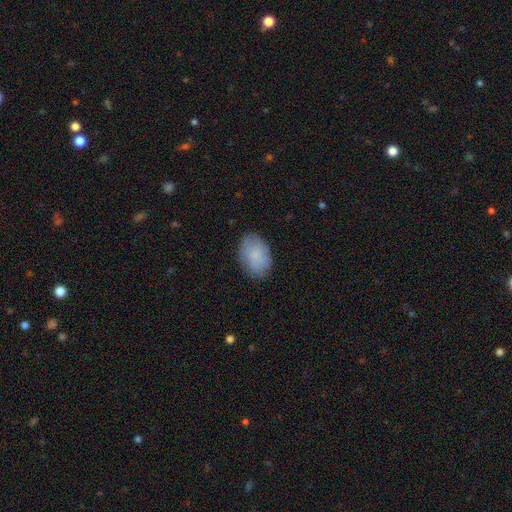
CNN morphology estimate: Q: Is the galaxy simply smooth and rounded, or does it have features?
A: smooth — 83%.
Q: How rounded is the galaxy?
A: in between — 87%.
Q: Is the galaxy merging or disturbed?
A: none — 82%.